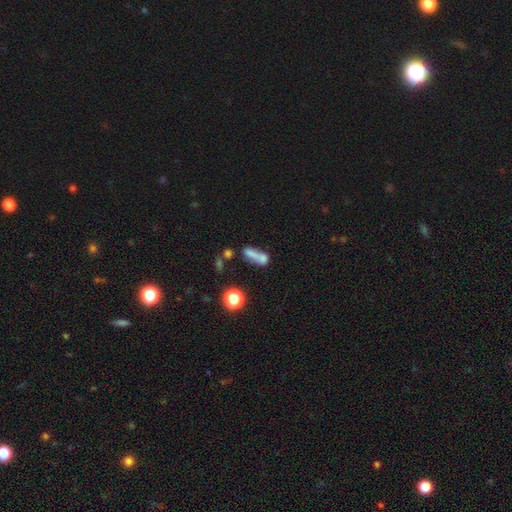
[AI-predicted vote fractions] A smooth galaxy with no disk features (61%) that is in between round and cigar-shaped (50%). Merging: merger (45%).